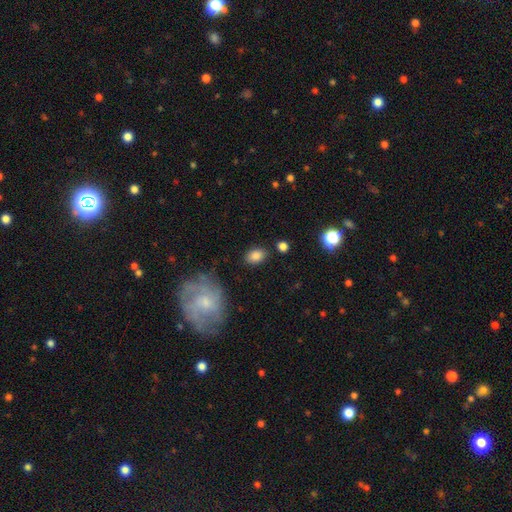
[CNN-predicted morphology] smooth_or_featured: smooth (p=0.84) [alt: star or artifact p=0.09]
how_rounded: in between (p=0.81) [alt: round p=0.17]
merging: none (p=0.82) [alt: minor disturbance p=0.11]